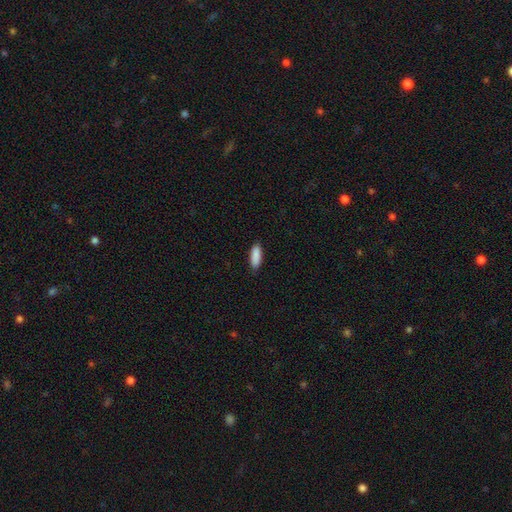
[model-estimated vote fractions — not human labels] Morphology: type=smooth (90%); roundness=in between (65%); merging=none (88%).